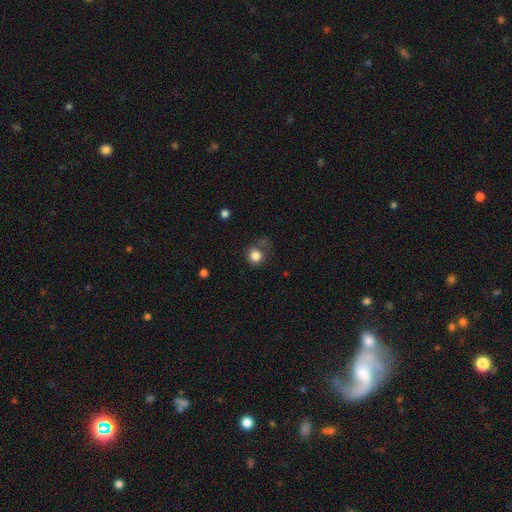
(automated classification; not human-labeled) Smooth or featured?
  - smooth: 82% *
  - star or artifact: 11%
  - featured or disk: 7%
How rounded?
  - round: 85% *
  - in between: 15%
  - cigar-shaped: 1%
Merging?
  - none: 60% *
  - minor disturbance: 22%
  - major disturbance: 14%
  - merger: 5%